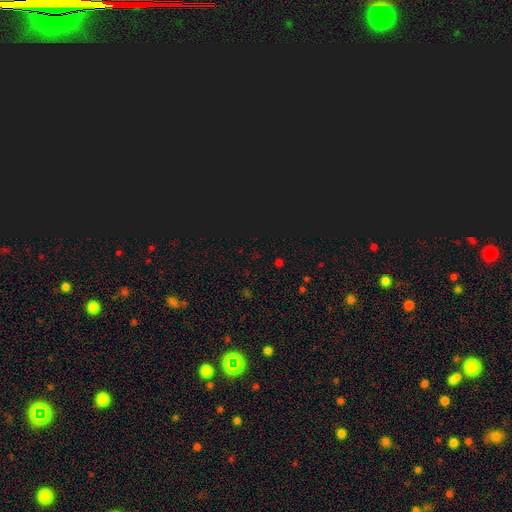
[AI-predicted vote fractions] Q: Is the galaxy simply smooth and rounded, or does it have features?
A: star or artifact — 71%.